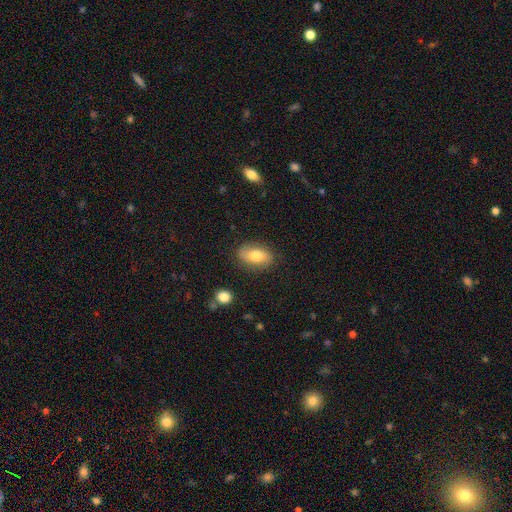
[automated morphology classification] This appears to be a smooth galaxy with no disk features (69%) that is in between round and cigar-shaped (87%). Merging: none (80%).